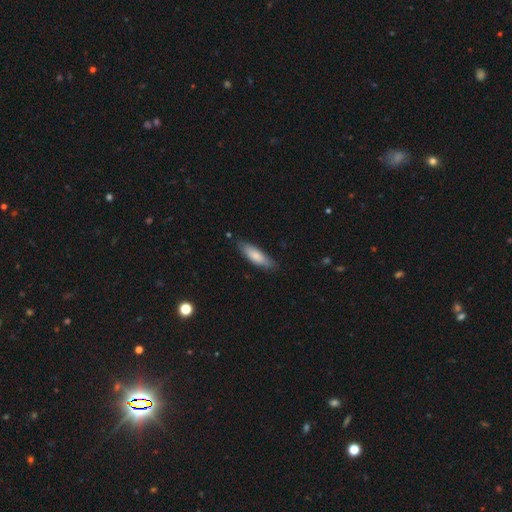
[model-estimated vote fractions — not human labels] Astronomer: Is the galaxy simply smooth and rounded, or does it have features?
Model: smooth — 79%.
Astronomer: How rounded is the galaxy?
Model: cigar-shaped — 50% (runner-up: in between, 49%).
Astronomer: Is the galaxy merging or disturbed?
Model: none — 79%.